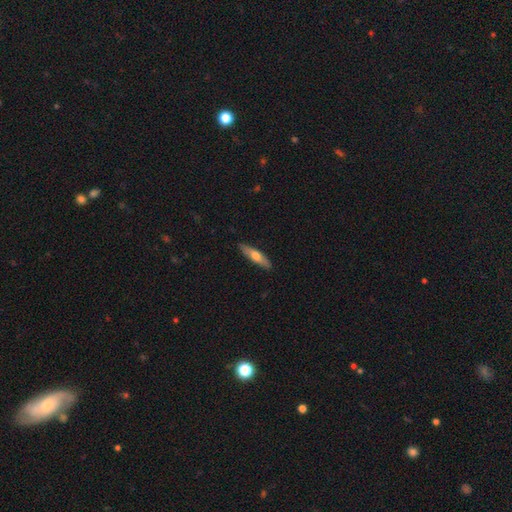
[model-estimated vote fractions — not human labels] smooth-or-featured: smooth: 55% | featured or disk: 40% | star or artifact: 5%
  how-rounded: cigar-shaped: 73% | in between: 25% | round: 2%
  merging: none: 88% | minor disturbance: 9% | major disturbance: 2% | merger: 1%